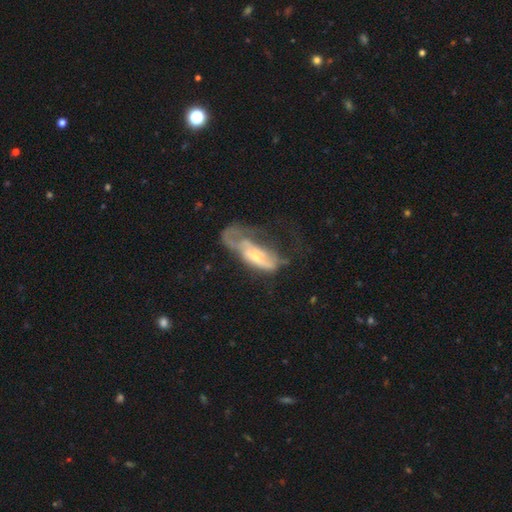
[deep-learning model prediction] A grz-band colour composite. It shows a featured or disk galaxy (58%). Merging: major disturbance (59%).